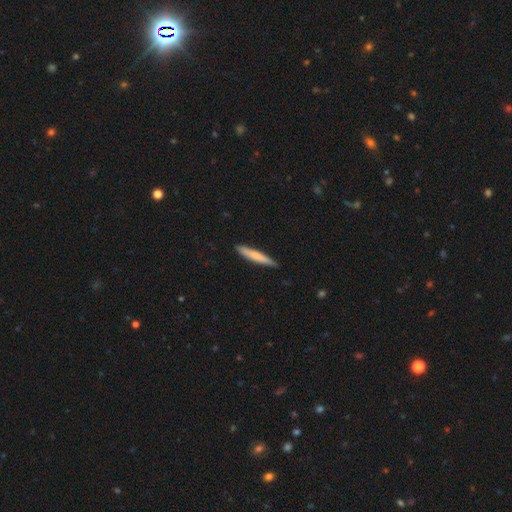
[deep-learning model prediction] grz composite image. It shows a smooth galaxy with no disk features (73%) that is cigar-shaped (94%). Merging: none (89%).